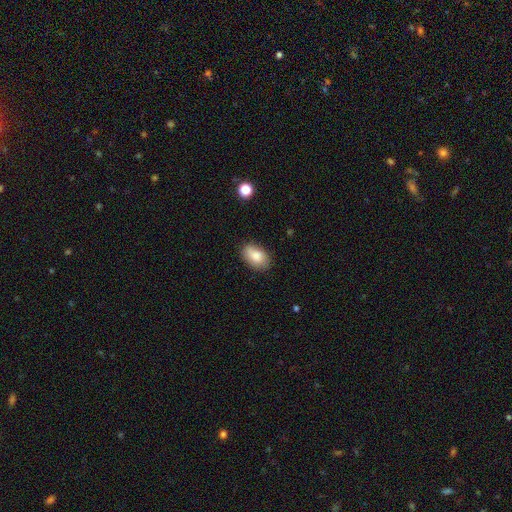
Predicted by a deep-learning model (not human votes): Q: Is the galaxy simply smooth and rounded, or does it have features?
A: smooth — 84%.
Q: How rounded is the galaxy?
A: in between — 91%.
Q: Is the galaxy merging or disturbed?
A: none — 79%.